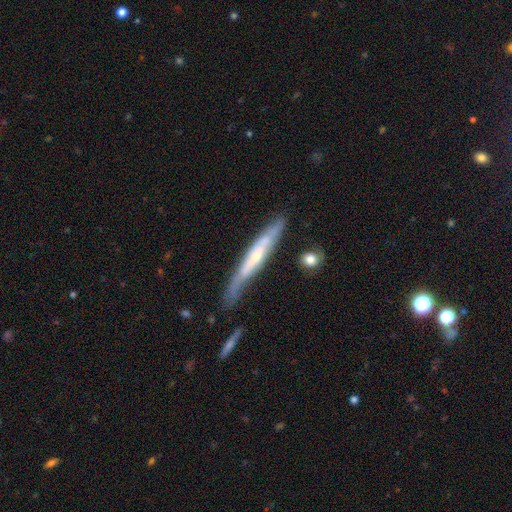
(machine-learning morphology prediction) Q: Smooth or featured?
A: featured or disk (63%); runner-up: smooth (31%)
Q: Edge-on disk?
A: yes (80%); runner-up: no (20%)
Q: Edge-on bulge?
A: none (47%); runner-up: rounded (42%)
Q: Merging?
A: none (64%); runner-up: minor disturbance (25%)